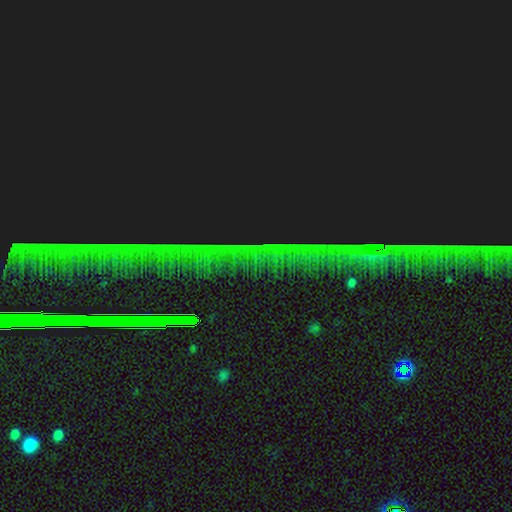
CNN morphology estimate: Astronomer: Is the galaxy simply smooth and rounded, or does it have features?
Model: star or artifact — 85%.